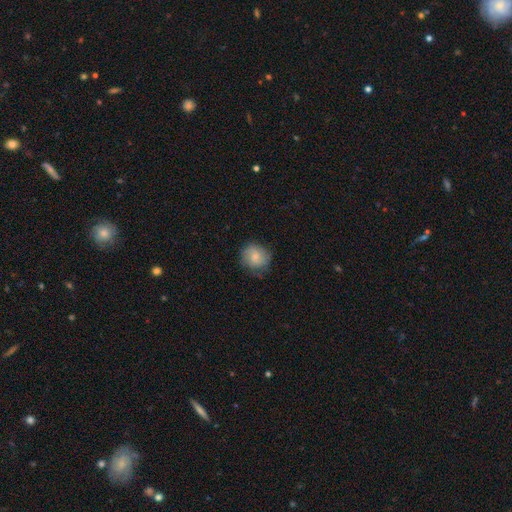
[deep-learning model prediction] Smooth or featured: smooth — 72% (featured or disk — 20%)
How rounded: round — 85% (in between — 14%)
Merging: none — 71% (minor disturbance — 21%)